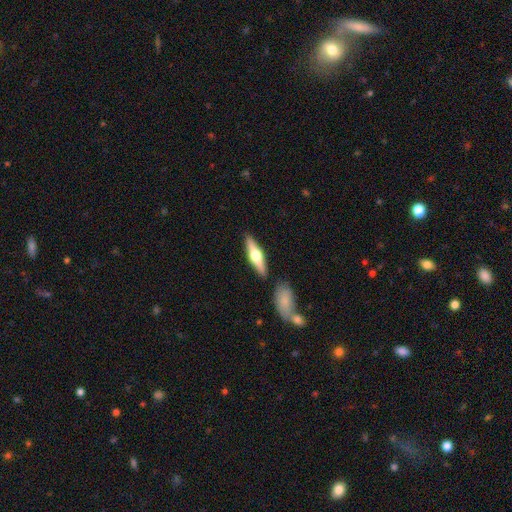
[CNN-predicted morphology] smooth-or-featured: featured or disk: 58% | smooth: 37% | star or artifact: 5%
  disk-edge-on: yes: 95% | no: 5%
    edge-on-bulge: rounded: 95% | boxy: 3% | none: 2%
  merging: none: 85% | minor disturbance: 8% | merger: 5% | major disturbance: 2%